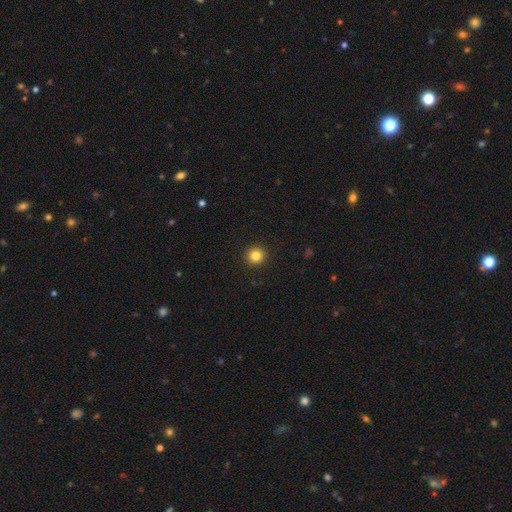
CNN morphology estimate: Overall: smooth (84%). How rounded: round (95%). Merging: none (93%).